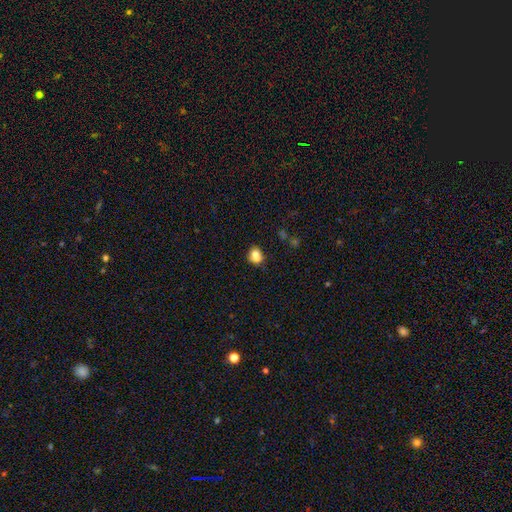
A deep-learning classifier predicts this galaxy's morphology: The model was most divided on "merging": none: 48%, merger: 31%, minor disturbance: 16%, major disturbance: 5%. More confident: smooth or featured — smooth (75%); how rounded — round (67%).